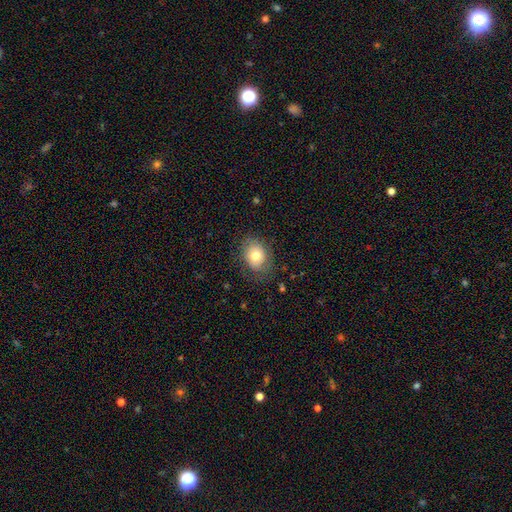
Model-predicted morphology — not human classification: Q: Smooth or featured?
A: smooth (72%); runner-up: featured or disk (19%)
Q: How rounded?
A: in between (60%); runner-up: round (39%)
Q: Merging?
A: none (74%); runner-up: minor disturbance (18%)